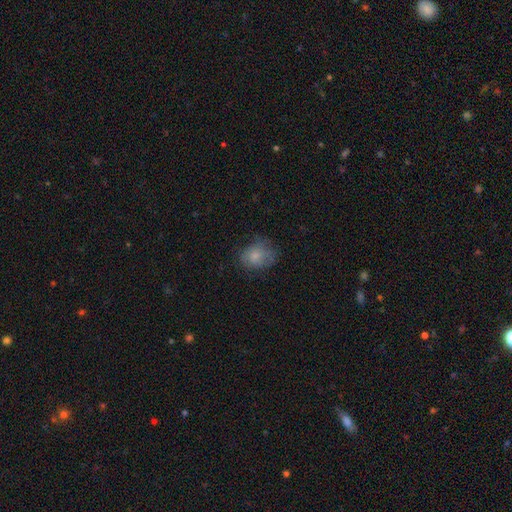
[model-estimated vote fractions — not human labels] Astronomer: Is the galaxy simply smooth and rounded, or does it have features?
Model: smooth — 75%.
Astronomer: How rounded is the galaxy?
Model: round — 50% (runner-up: in between, 49%).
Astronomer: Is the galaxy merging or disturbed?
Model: none — 60%.